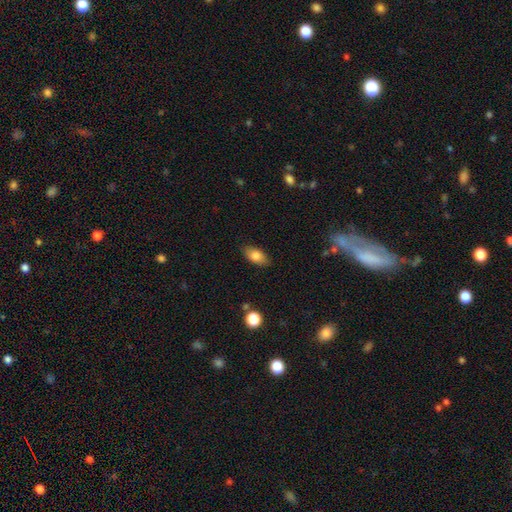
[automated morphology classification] Q: Smooth or featured?
A: smooth (81%); runner-up: featured or disk (11%)
Q: How rounded?
A: in between (89%); runner-up: round (6%)
Q: Merging?
A: none (84%); runner-up: minor disturbance (12%)